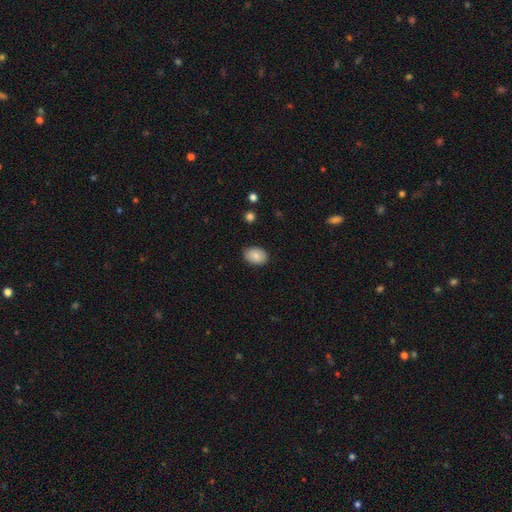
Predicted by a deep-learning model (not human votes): Smooth or featured: smooth — 86% (featured or disk — 7%)
How rounded: in between — 80% (round — 19%)
Merging: none — 87% (minor disturbance — 10%)